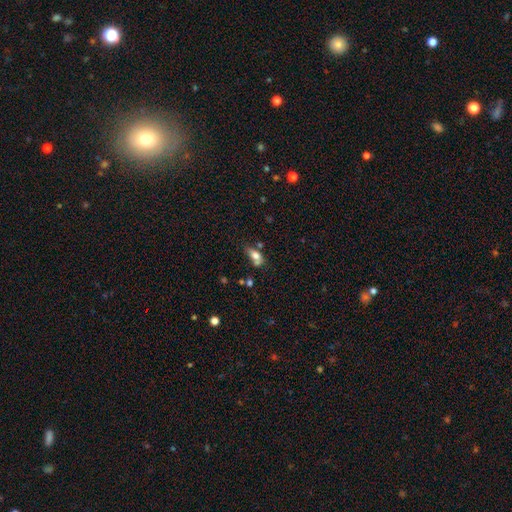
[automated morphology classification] This is likely a smooth galaxy (70%). How rounded: likely in between (78%). Merging: marginally none (34%).